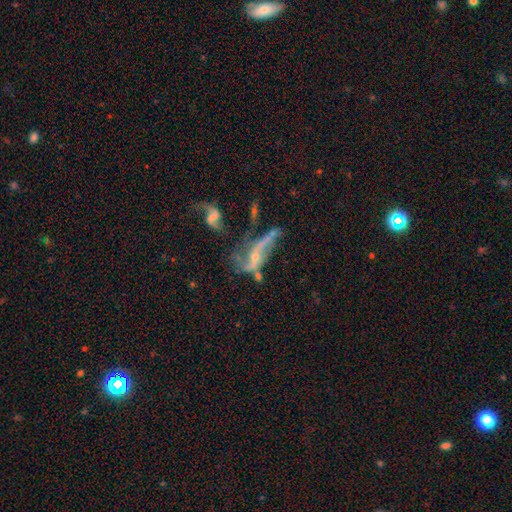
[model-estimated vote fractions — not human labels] Smooth or featured? Predicted: featured or disk (p=0.70). Edge-on disk? Predicted: no (p=0.86). Bar? Predicted: no (p=0.61). Spiral arms? Predicted: yes (p=0.67). Bulge size? Predicted: small (p=0.57). Merging? Predicted: merger (p=0.35).